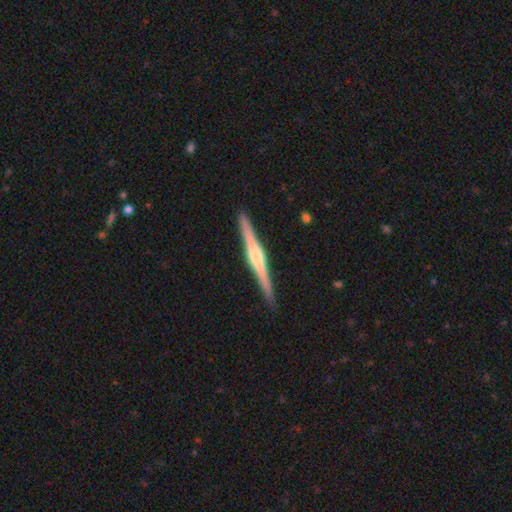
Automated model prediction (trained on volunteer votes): This appears to be a featured or disk galaxy (81%) viewed edge-on (98%) with a rounded central bulge (70%). Merging: none (92%).